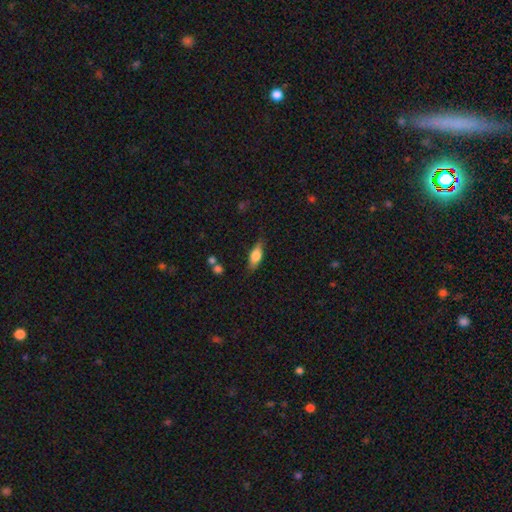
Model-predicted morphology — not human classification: A smooth galaxy with no disk features (67%) that is in between round and cigar-shaped (71%).

Vote fractions:
- Smooth or featured? smooth: 67% / featured or disk: 26% / star or artifact: 7%
- How rounded? in between: 71% / cigar-shaped: 25% / round: 4%
- Merging? none: 77% / minor disturbance: 17% / major disturbance: 4% / merger: 2%